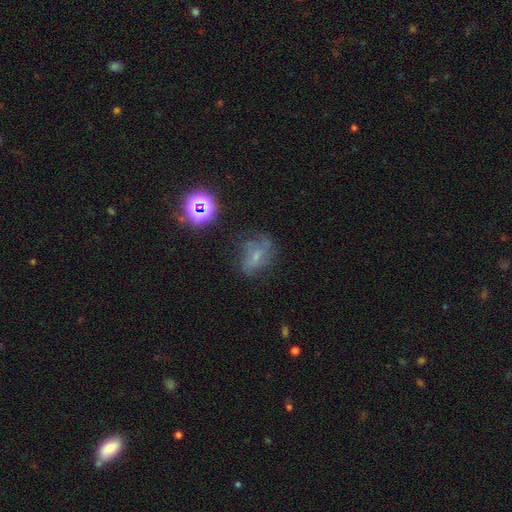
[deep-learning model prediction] A smooth galaxy with no disk features (43%).

Vote fractions:
- Smooth or featured? smooth: 43% / featured or disk: 33% / star or artifact: 24%
- Merging? none: 53% / minor disturbance: 25% / major disturbance: 18% / merger: 4%